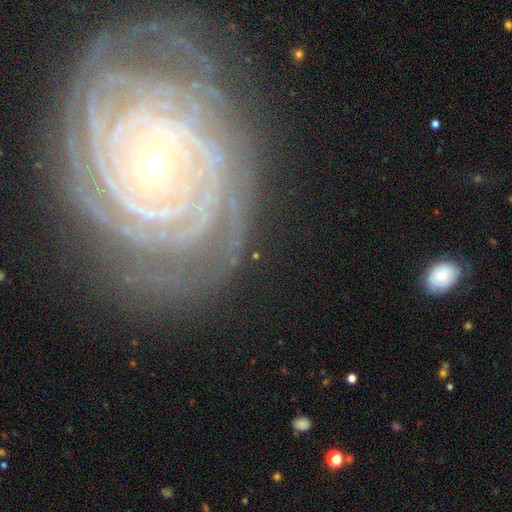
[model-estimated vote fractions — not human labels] Q: Smooth or featured?
A: featured or disk (67%); runner-up: star or artifact (19%)
Q: Edge-on disk?
A: no (92%); runner-up: yes (8%)
Q: Bar?
A: no (39%); runner-up: strong (31%)
Q: Spiral arms?
A: yes (89%); runner-up: no (11%)
Q: Spiral winding?
A: tight (71%); runner-up: medium (21%)
Q: Spiral arm count?
A: can't tell (26%); runner-up: 2 (22%)
Q: Bulge size?
A: small (55%); runner-up: moderate (31%)
Q: Merging?
A: none (77%); runner-up: minor disturbance (13%)